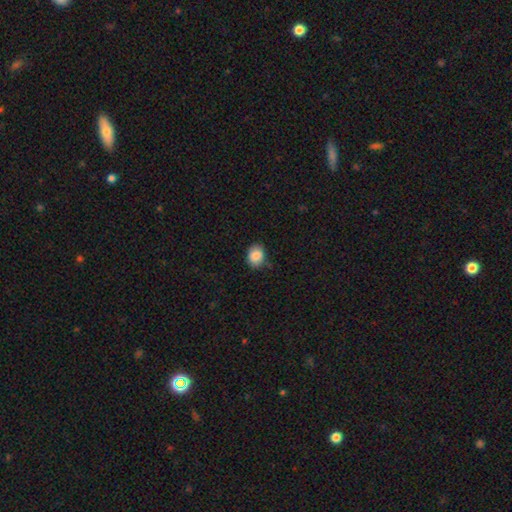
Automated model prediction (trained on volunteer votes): A smooth galaxy with no disk features (87%) that is in between round and cigar-shaped (50%). Merging: none (81%).